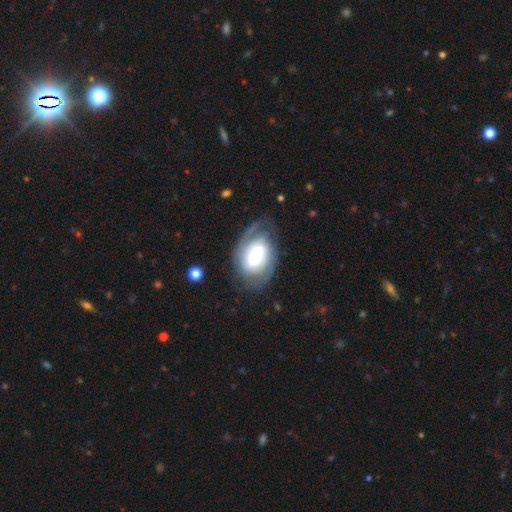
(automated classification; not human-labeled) This is likely a featured or disk galaxy (63%). It is clearly not viewed edge-on (96%). Bar: possibly no (51%). Spiral arm pattern: clearly yes (86%). Spiral arm count: possibly 2 (53%). Spiral winding: marginally tight (45%). Central bulge: marginally large (33%). Merging: possibly none (59%).